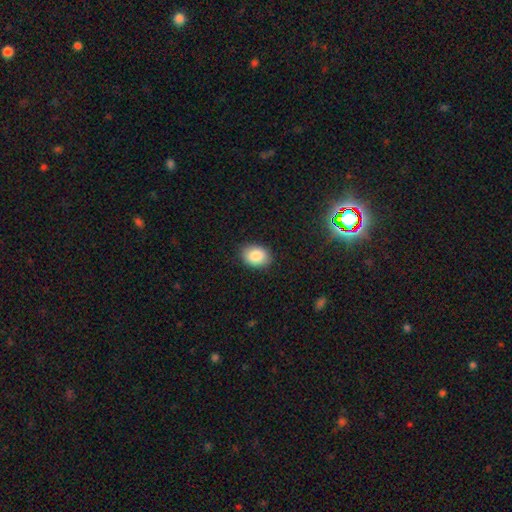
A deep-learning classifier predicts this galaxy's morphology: Q: Smooth or featured?
A: smooth (88%); runner-up: star or artifact (8%)
Q: How rounded?
A: in between (71%); runner-up: round (28%)
Q: Merging?
A: none (87%); runner-up: minor disturbance (10%)